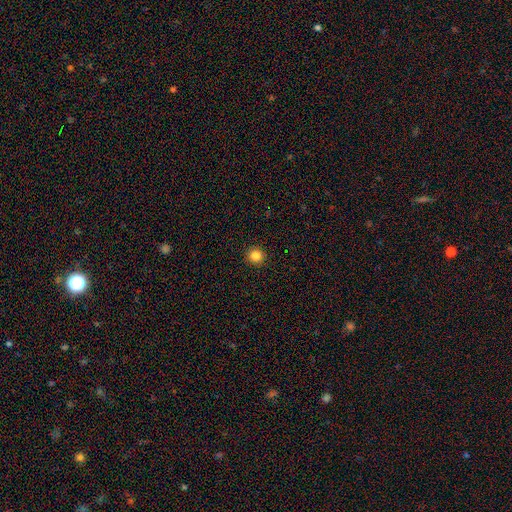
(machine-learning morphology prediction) This appears to be a smooth galaxy with no disk features (85%) that is round (94%). Merging: none (93%).